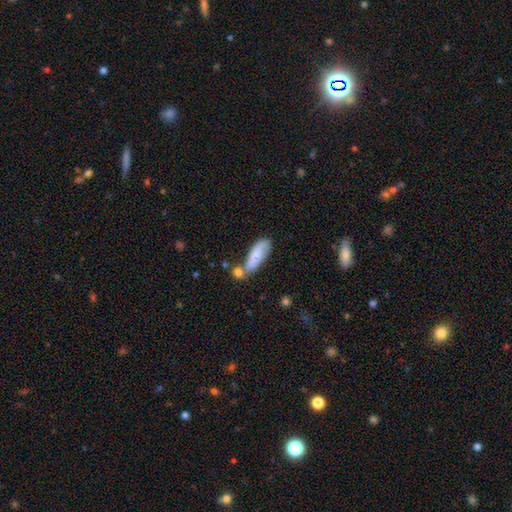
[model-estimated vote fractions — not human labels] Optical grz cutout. It shows a smooth galaxy with no disk features (66%) that is in between round and cigar-shaped (59%). Merging: none (38%).